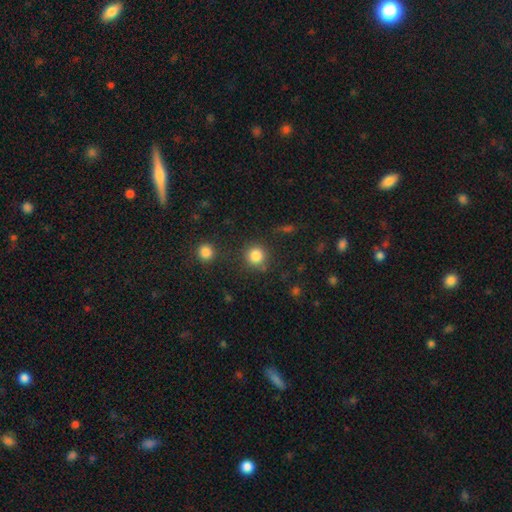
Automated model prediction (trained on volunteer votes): Q: Smooth or featured?
A: smooth (84%); runner-up: star or artifact (11%)
Q: How rounded?
A: round (92%); runner-up: in between (7%)
Q: Merging?
A: none (83%); runner-up: minor disturbance (9%)